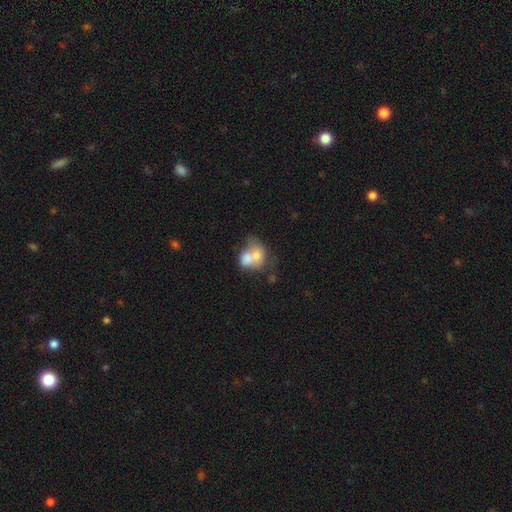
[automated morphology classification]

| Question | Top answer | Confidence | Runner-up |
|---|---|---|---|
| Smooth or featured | smooth | 66% | featured or disk (25%) |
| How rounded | in between | 51% | round (47%) |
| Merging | merger | 69% | none (16%) |